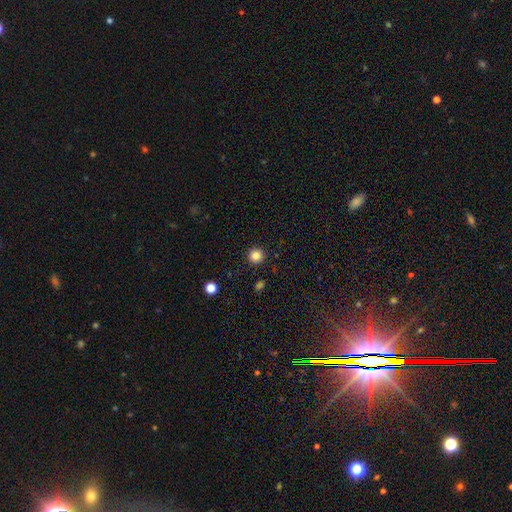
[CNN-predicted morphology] Smooth or featured? smooth (84%)
How rounded? round (95%)
Merging? none (92%)